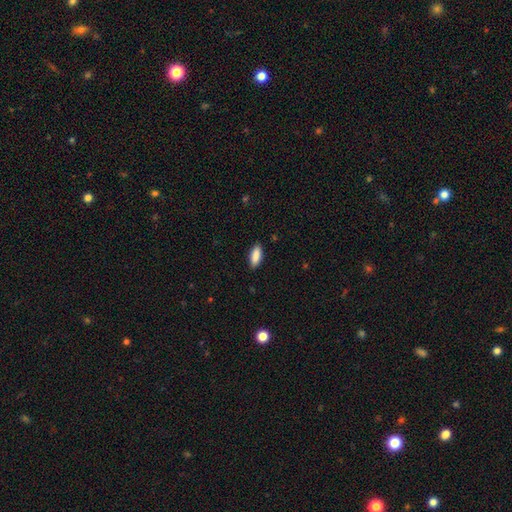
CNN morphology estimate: smooth 89%, star or artifact 6%, featured or disk 5%. Down the decision tree: how rounded — in between (75%); merging — none (88%).